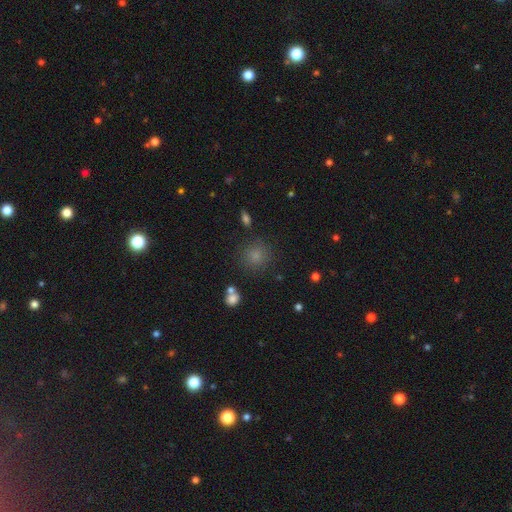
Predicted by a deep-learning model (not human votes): A smooth galaxy with no disk features (78%) that is round (90%).

Vote fractions:
- Smooth or featured? smooth: 78% / star or artifact: 15% / featured or disk: 7%
- How rounded? round: 90% / in between: 9% / cigar-shaped: 1%
- Merging? none: 83% / minor disturbance: 9% / merger: 4% / major disturbance: 4%